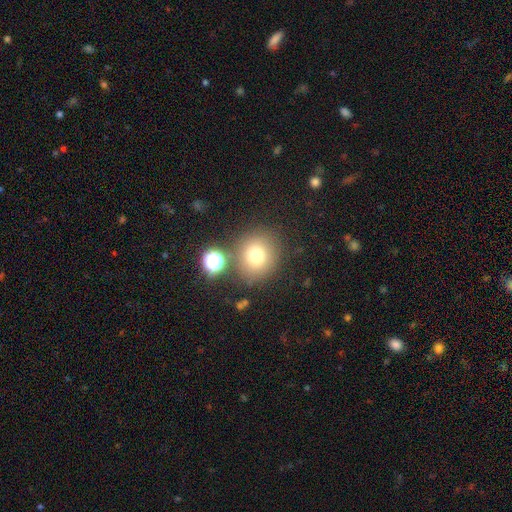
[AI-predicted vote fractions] Overall: smooth (76%). How rounded: round (85%). Merging: none (76%).